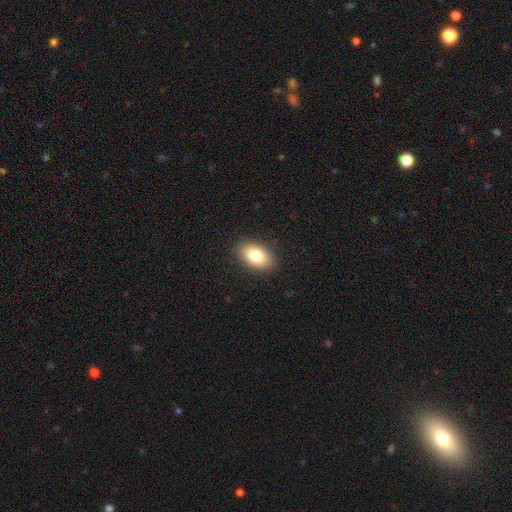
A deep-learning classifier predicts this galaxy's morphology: smooth 81%, featured or disk 12%, star or artifact 8%. Down the decision tree: how rounded — in between (91%); merging — none (88%).